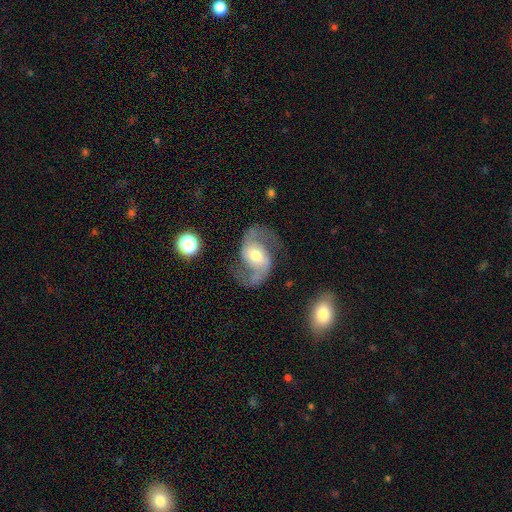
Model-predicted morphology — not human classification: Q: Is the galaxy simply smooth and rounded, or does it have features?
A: featured or disk — 89%.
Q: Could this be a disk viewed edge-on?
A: no — 98%.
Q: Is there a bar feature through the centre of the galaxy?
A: weak — 43%.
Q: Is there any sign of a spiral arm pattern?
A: yes — 97%.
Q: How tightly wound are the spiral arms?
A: medium — 46%.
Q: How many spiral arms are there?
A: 2 — 94%.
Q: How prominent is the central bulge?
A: moderate — 66%.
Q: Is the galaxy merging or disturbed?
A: none — 75%.